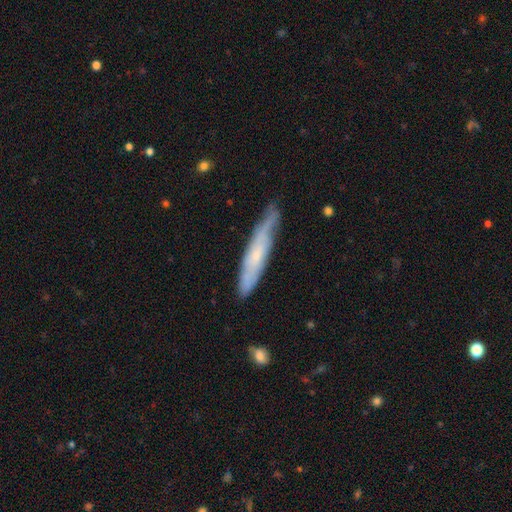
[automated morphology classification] This is possibly a featured or disk galaxy (52%). It is likely viewed edge-on (64%). Merging: likely none (68%).